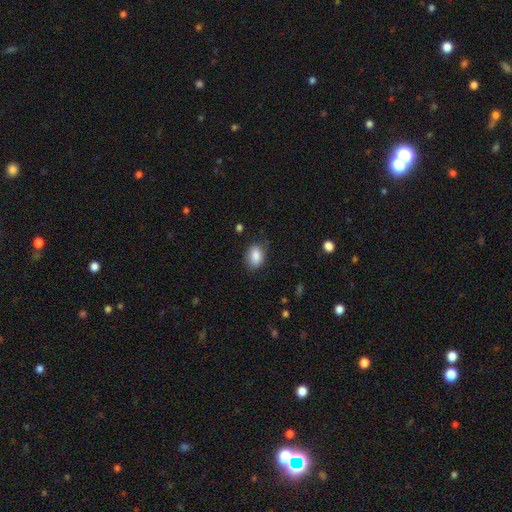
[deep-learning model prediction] Morphology: type=smooth (86%); roundness=in between (83%); merging=none (75%).